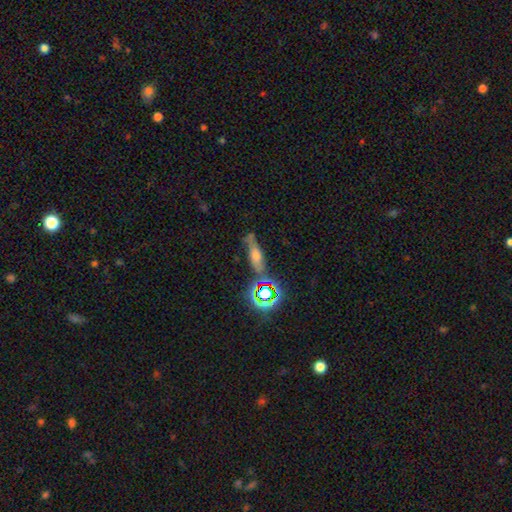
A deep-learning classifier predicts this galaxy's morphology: Smooth or featured? featured or disk (39%)
Merging? none (63%)